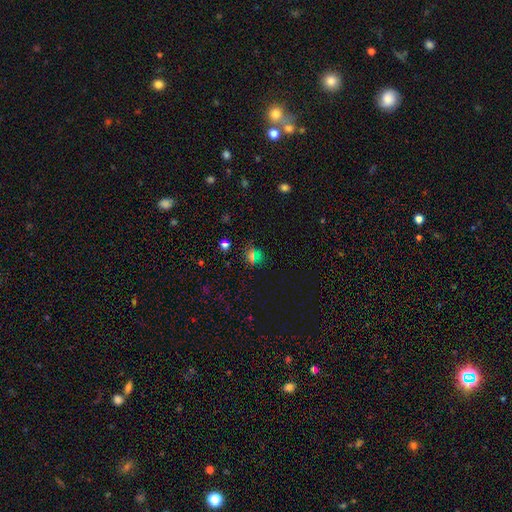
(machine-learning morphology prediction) Smooth or featured? Predicted: smooth (p=0.51). How rounded? Predicted: round (p=0.72). Merging? Predicted: none (p=0.81).